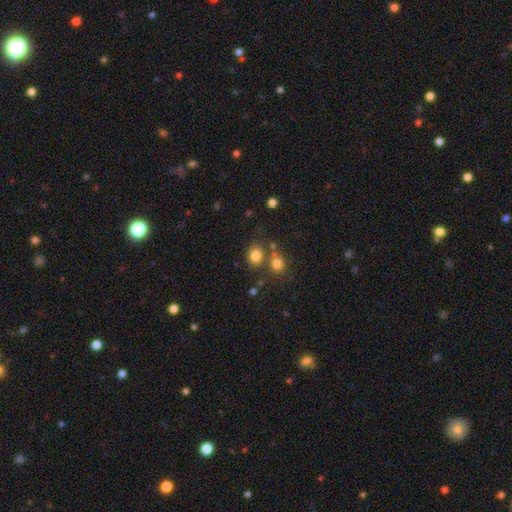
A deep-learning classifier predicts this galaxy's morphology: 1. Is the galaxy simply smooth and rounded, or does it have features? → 79% smooth, 14% star or artifact, 7% featured or disk.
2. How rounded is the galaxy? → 69% round, 30% in between, 1% cigar-shaped.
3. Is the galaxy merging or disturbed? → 68% none, 19% merger, 10% minor disturbance, 4% major disturbance.